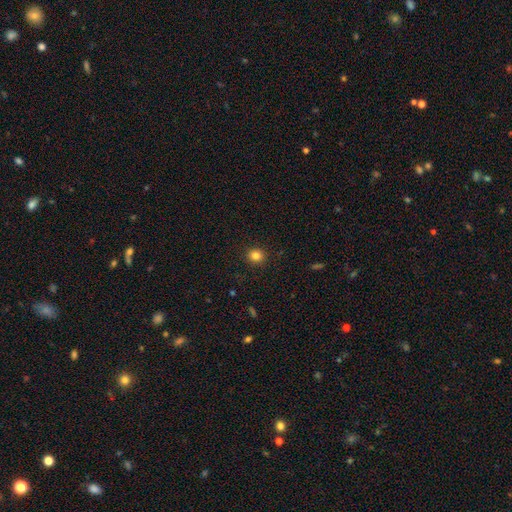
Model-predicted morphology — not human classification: smooth-or-featured: smooth: 83% | star or artifact: 12% | featured or disk: 5%
  how-rounded: round: 83% | in between: 16% | cigar-shaped: 1%
  merging: none: 91% | minor disturbance: 6% | major disturbance: 2% | merger: 1%